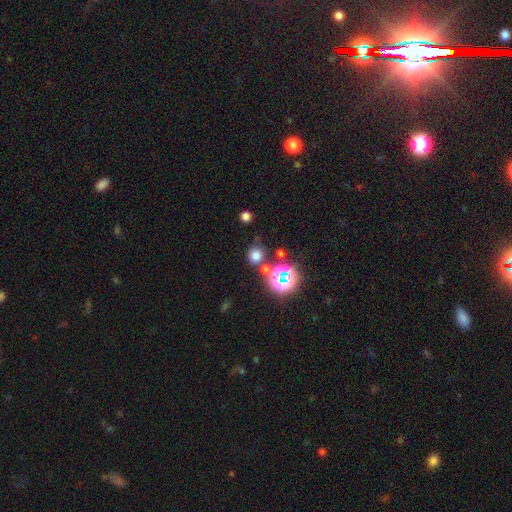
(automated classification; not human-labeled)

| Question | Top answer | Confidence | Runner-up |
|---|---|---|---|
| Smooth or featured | smooth | 69% | star or artifact (25%) |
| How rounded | round | 89% | in between (10%) |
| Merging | none | 76% | merger (12%) |